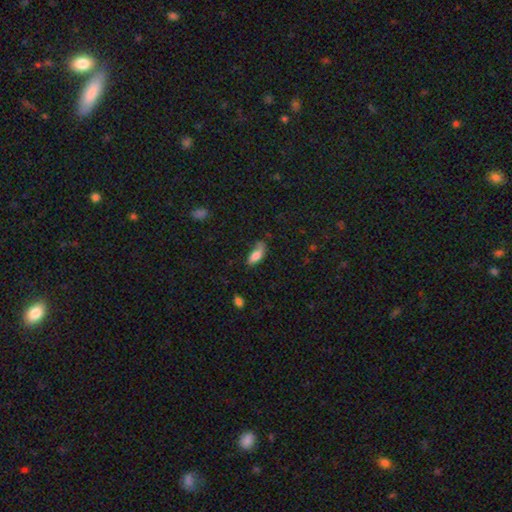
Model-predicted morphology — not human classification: Overall: smooth (80%). How rounded: in between (83%). Merging: none (49%; minor disturbance 34%).